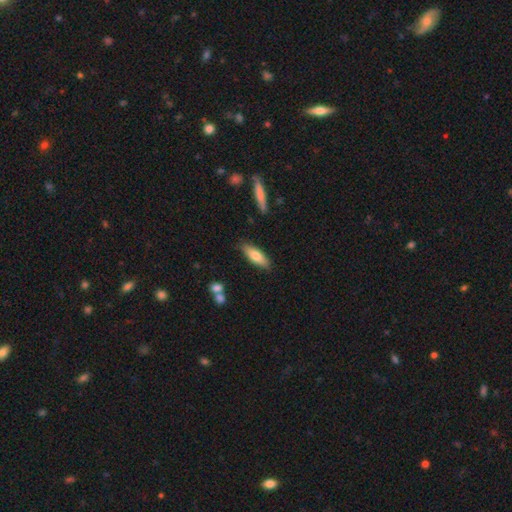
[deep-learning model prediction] This appears to be a smooth galaxy with no disk features (73%) that is in between round and cigar-shaped (52%). Merging: none (85%).